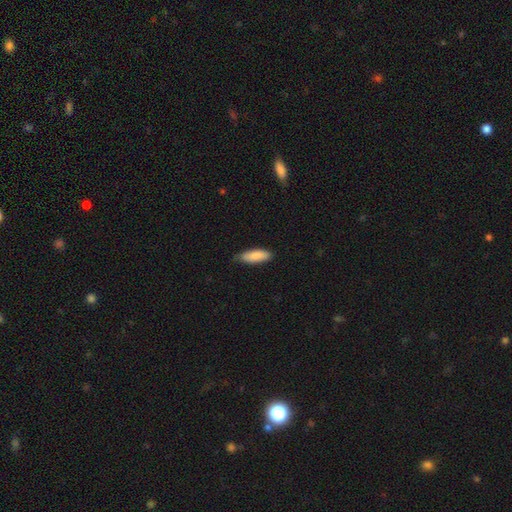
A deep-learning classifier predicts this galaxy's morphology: Smooth or featured?
  - smooth: 86% *
  - featured or disk: 8%
  - star or artifact: 6%
How rounded?
  - in between: 65% *
  - cigar-shaped: 34%
  - round: 2%
Merging?
  - none: 72% *
  - minor disturbance: 24%
  - major disturbance: 3%
  - merger: 1%